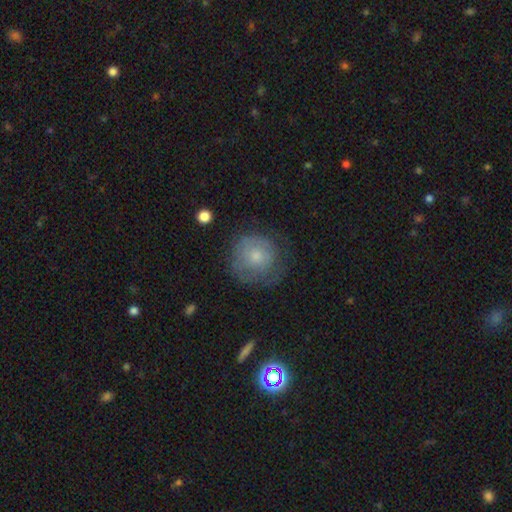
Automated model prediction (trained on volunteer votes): A smooth galaxy with no disk features (62%) that is round (89%). Merging: none (57%).